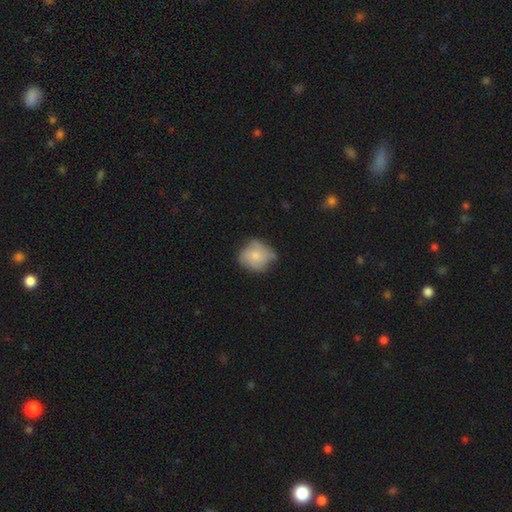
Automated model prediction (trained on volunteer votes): The model was most divided on "merging": none: 48%, minor disturbance: 38%, major disturbance: 11%, merger: 3%. More confident: how rounded — round (73%); smooth or featured — smooth (66%).